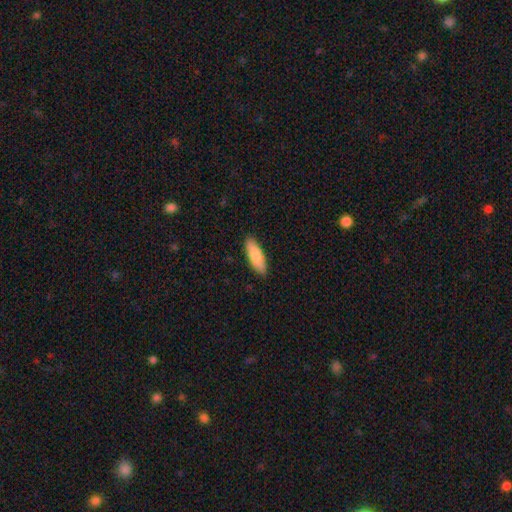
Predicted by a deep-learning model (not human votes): smooth_or_featured: smooth (p=0.84) [alt: featured or disk p=0.10]
how_rounded: in between (p=0.59) [alt: cigar-shaped p=0.39]
merging: none (p=0.88) [alt: minor disturbance p=0.09]